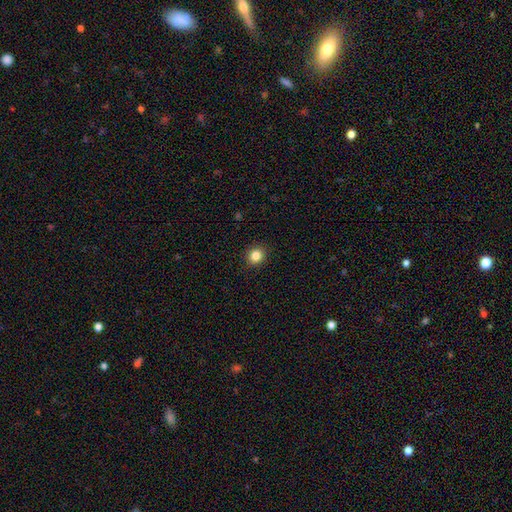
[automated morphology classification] A smooth galaxy with no disk features (84%) that is round (84%). Merging: none (92%).